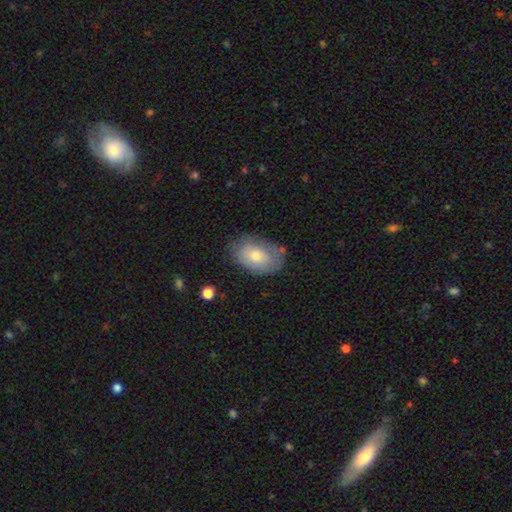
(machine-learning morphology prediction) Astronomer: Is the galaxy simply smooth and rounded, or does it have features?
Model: smooth — 72%.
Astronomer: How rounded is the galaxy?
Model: in between — 89%.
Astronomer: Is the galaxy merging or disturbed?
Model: none — 69%.